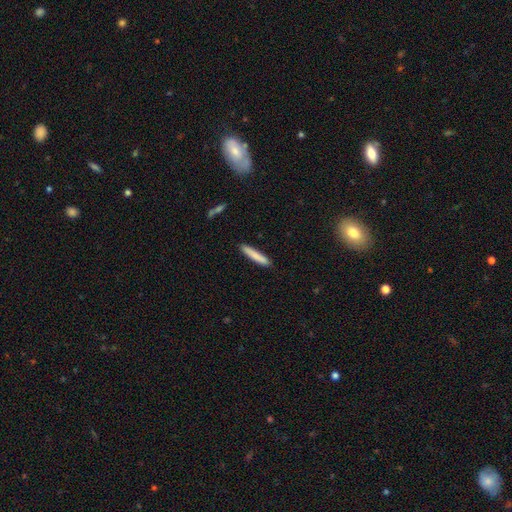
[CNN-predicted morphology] Smooth or featured: smooth — 82% (featured or disk — 12%)
How rounded: cigar-shaped — 93% (in between — 6%)
Merging: none — 89% (minor disturbance — 8%)